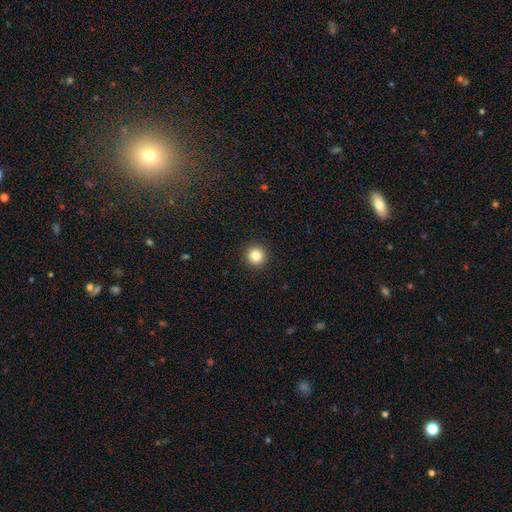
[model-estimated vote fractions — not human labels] A smooth galaxy with no disk features (84%) that is round (96%).

Vote fractions:
- Smooth or featured? smooth: 84% / star or artifact: 11% / featured or disk: 5%
- How rounded? round: 96% / in between: 3% / cigar-shaped: 1%
- Merging? none: 93% / minor disturbance: 4% / major disturbance: 2% / merger: 1%